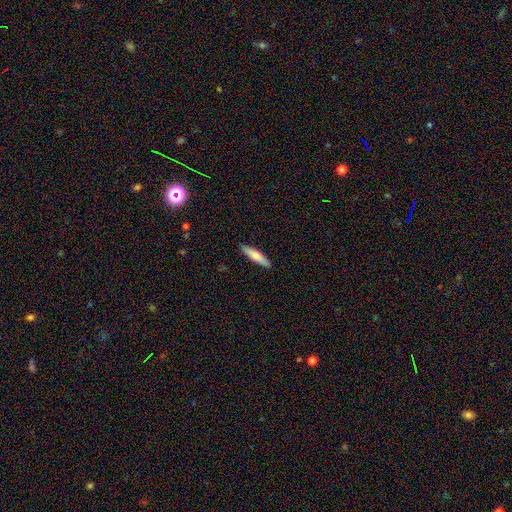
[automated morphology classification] Overall: smooth (75%). How rounded: cigar-shaped (79%). Merging: none (90%).